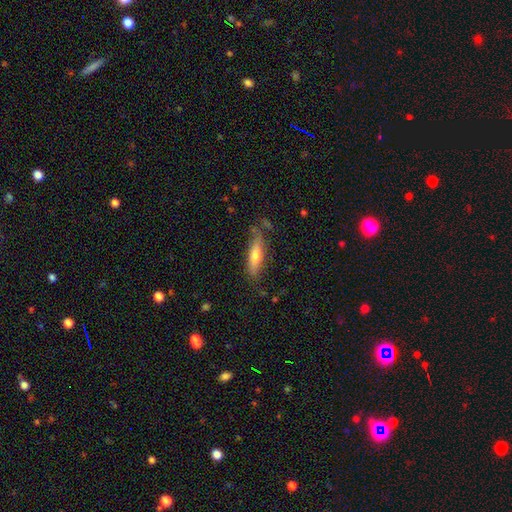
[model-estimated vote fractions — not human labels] This appears to be a smooth galaxy with no disk features (62%) that is cigar-shaped (66%). Merging: none (71%).